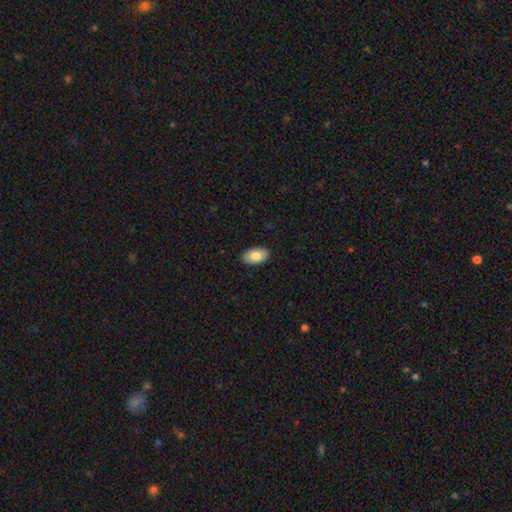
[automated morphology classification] smooth_or_featured: smooth (p=0.81) [alt: featured or disk p=0.12]
how_rounded: in between (p=0.95) [alt: round p=0.04]
merging: none (p=0.89) [alt: minor disturbance p=0.08]